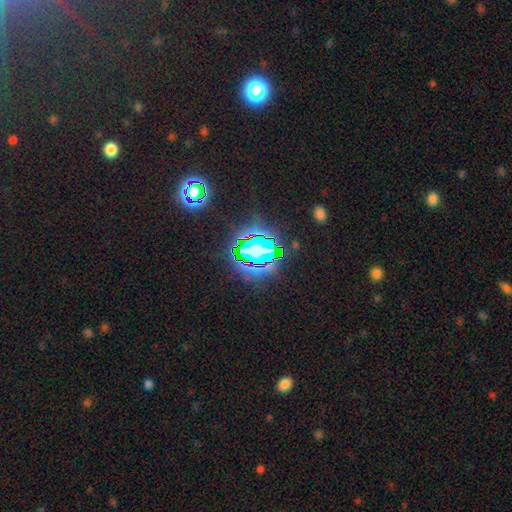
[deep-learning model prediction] smooth-or-featured: star or artifact: 79% | smooth: 14% | featured or disk: 8%